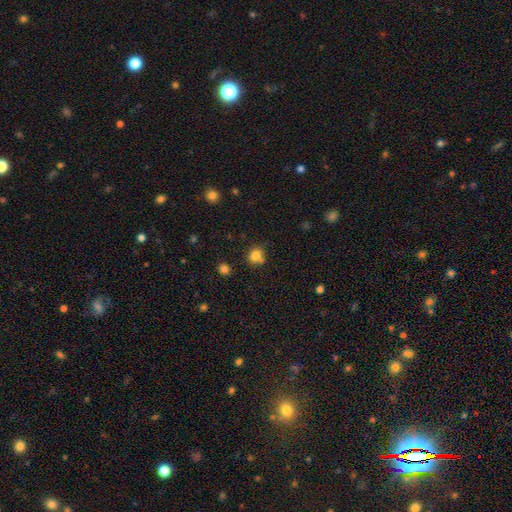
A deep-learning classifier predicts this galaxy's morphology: type=smooth (80%); roundness=round (79%); merging=none (69%).